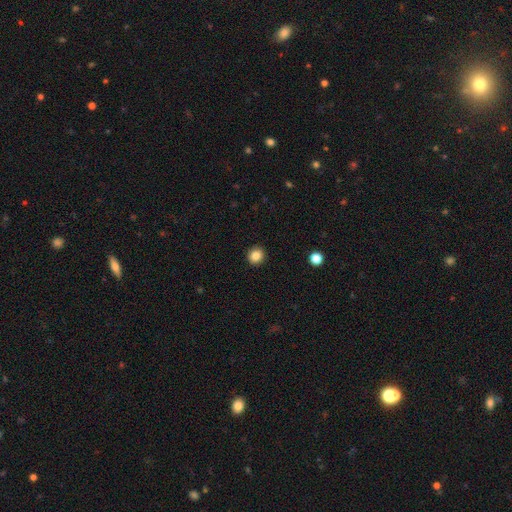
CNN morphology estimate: Overall: smooth (86%). How rounded: round (88%). Merging: none (92%).